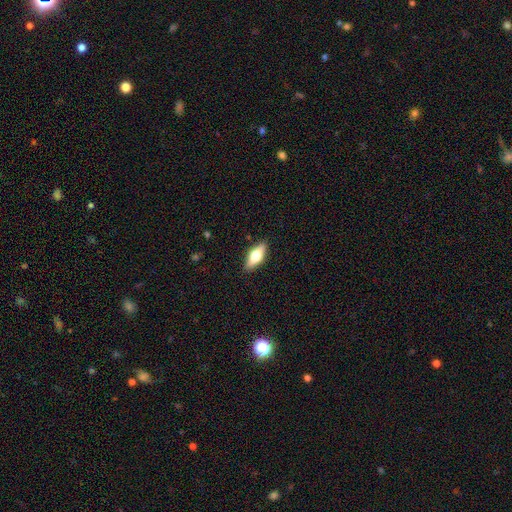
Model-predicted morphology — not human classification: The model was most divided on "smooth or featured": smooth: 49%, featured or disk: 44%, star or artifact: 6%. More confident: merging — none (88%).